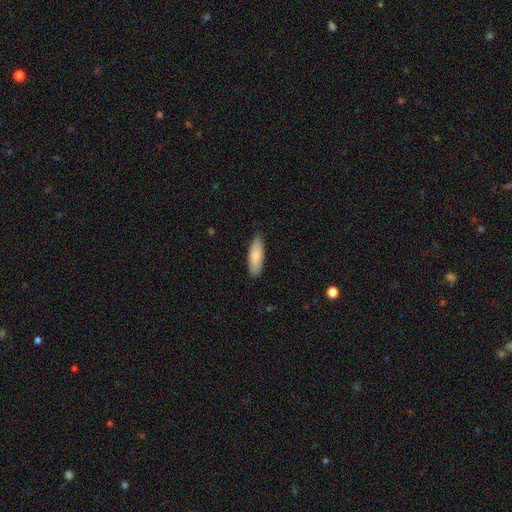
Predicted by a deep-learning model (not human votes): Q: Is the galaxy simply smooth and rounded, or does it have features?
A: smooth — 84%.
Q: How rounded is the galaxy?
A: in between — 61%.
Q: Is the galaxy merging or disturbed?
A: none — 87%.